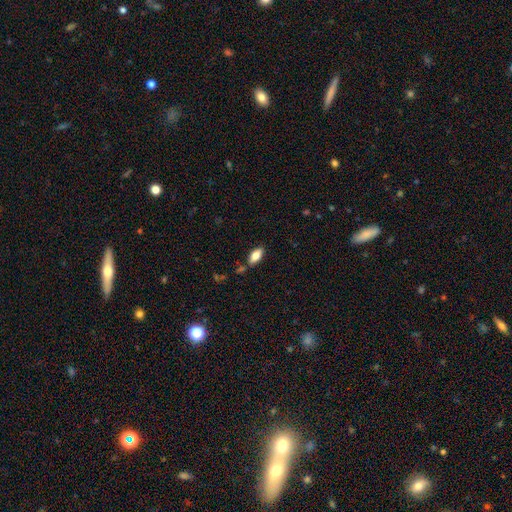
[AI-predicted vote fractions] Q: Smooth or featured?
A: smooth (79%); runner-up: featured or disk (13%)
Q: How rounded?
A: in between (88%); runner-up: cigar-shaped (10%)
Q: Merging?
A: none (78%); runner-up: minor disturbance (14%)